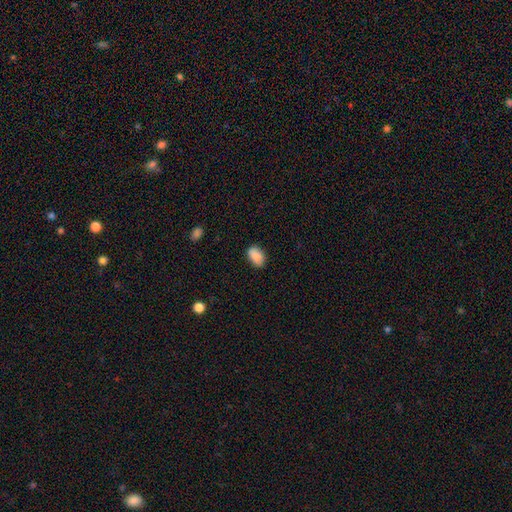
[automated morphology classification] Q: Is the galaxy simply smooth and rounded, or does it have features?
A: smooth — 88%.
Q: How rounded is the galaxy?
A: in between — 89%.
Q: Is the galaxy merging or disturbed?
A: none — 82%.